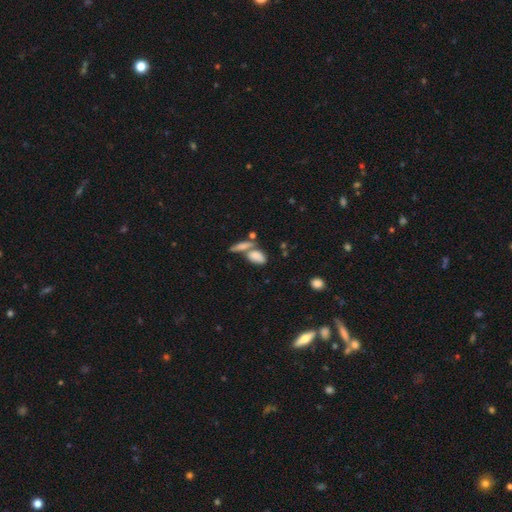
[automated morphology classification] A smooth galaxy with no disk features (78%) that is in between round and cigar-shaped (84%).

Vote fractions:
- Smooth or featured? smooth: 78% / featured or disk: 13% / star or artifact: 9%
- How rounded? in between: 84% / cigar-shaped: 9% / round: 7%
- Merging? merger: 44% / none: 38% / minor disturbance: 12% / major disturbance: 6%